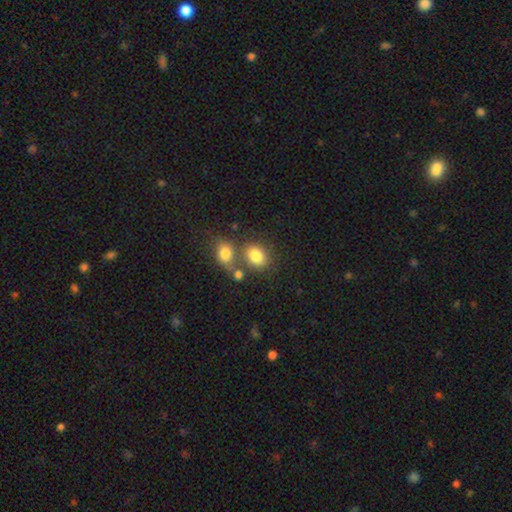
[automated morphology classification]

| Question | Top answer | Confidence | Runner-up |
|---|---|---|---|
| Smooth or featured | smooth | 80% | star or artifact (11%) |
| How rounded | in between | 58% | round (41%) |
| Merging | none | 55% | merger (29%) |